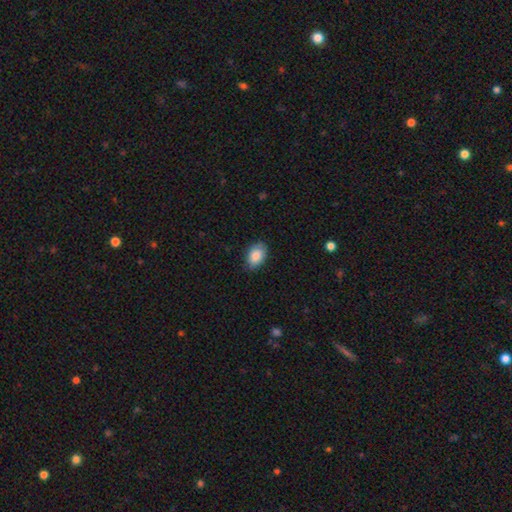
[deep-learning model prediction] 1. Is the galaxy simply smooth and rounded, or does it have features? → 86% smooth, 7% star or artifact, 7% featured or disk.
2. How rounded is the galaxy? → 88% in between, 10% round, 1% cigar-shaped.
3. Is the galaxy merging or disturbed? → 82% none, 14% minor disturbance, 2% major disturbance, 1% merger.